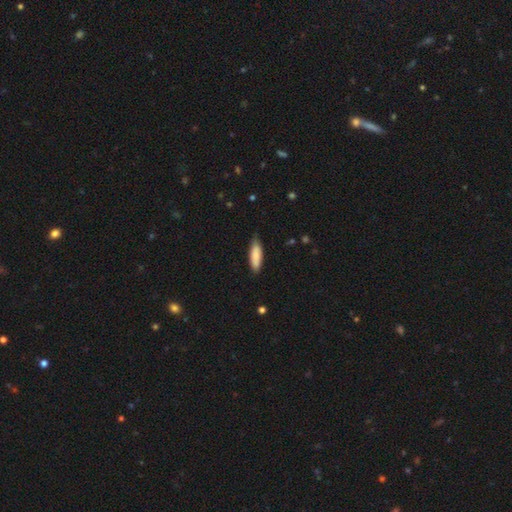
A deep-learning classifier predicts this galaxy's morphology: This appears to be a smooth galaxy with no disk features (80%) that is in between round and cigar-shaped (51%). Merging: none (75%).